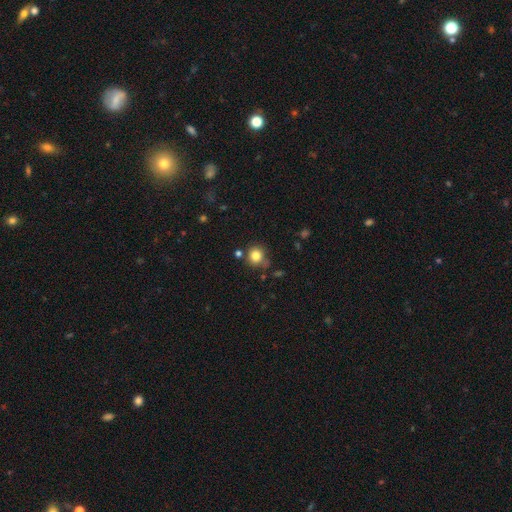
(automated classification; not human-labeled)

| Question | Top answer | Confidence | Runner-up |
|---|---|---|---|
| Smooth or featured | smooth | 82% | star or artifact (11%) |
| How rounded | round | 89% | in between (10%) |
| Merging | none | 75% | minor disturbance (14%) |